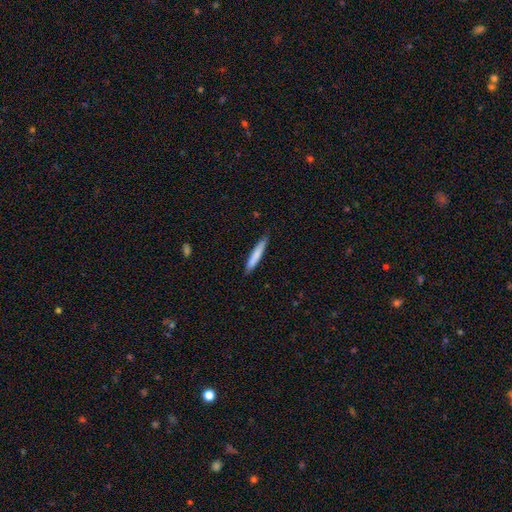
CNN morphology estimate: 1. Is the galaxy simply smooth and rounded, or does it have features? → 78% smooth, 17% featured or disk, 5% star or artifact.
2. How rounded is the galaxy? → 94% cigar-shaped, 5% in between, 1% round.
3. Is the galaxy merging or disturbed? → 86% none, 11% minor disturbance, 2% major disturbance, 1% merger.